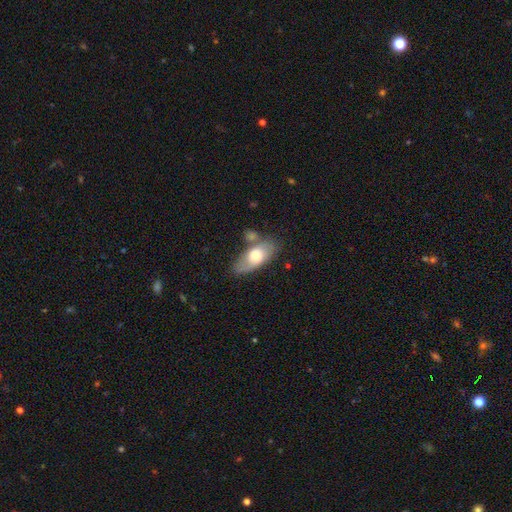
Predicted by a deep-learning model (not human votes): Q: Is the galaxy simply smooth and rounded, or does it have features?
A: smooth — 56%.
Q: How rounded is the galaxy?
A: in between — 85%.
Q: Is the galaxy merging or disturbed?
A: none — 56%.